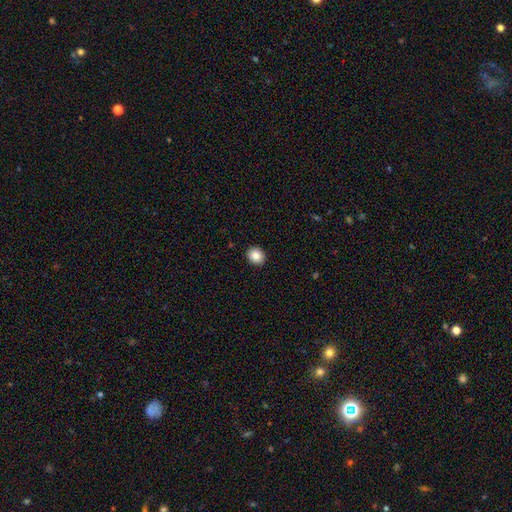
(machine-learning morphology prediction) smooth 86%, star or artifact 9%, featured or disk 5%. Down the decision tree: how rounded — round (73%); merging — none (92%).